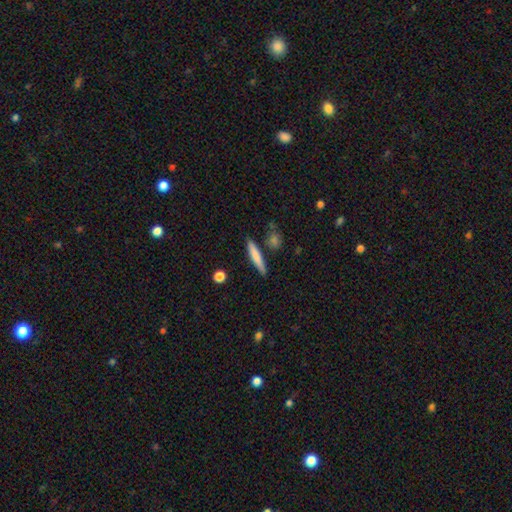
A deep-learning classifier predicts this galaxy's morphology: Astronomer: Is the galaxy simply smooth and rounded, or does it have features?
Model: smooth — 73%.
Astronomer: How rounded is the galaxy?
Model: cigar-shaped — 92%.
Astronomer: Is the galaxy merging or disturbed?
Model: none — 84%.